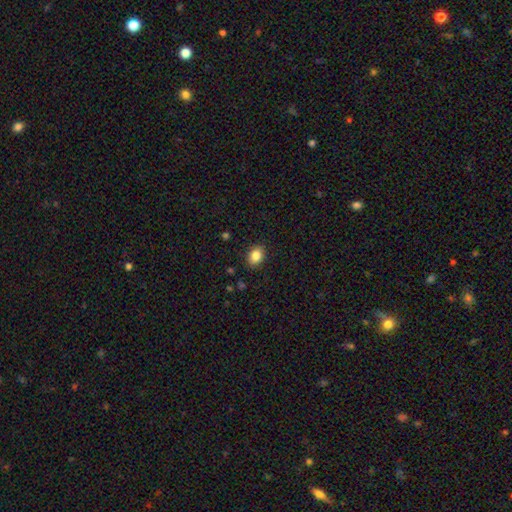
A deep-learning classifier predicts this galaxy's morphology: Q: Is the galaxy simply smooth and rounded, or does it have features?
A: smooth — 86%.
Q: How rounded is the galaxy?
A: in between — 69%.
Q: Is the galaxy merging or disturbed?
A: none — 89%.